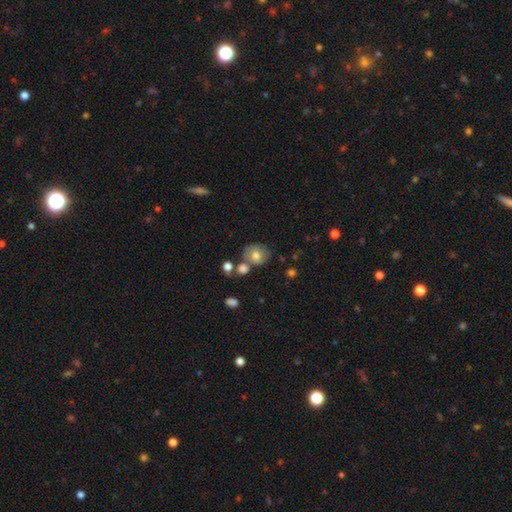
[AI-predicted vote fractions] smooth-or-featured: smooth: 70% | featured or disk: 20% | star or artifact: 9%
  how-rounded: round: 70% | in between: 29% | cigar-shaped: 1%
  merging: none: 57% | merger: 20% | minor disturbance: 16% | major disturbance: 6%